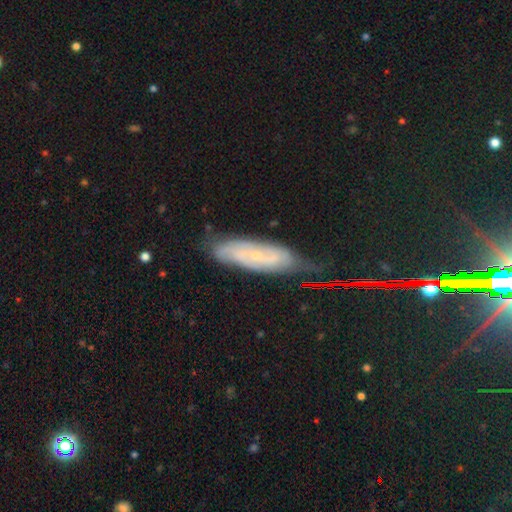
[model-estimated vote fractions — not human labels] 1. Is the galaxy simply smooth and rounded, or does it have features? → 65% featured or disk, 24% smooth, 11% star or artifact.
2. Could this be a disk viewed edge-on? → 80% no, 20% yes.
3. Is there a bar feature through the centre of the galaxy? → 67% no, 26% weak, 7% strong.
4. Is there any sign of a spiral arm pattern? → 87% yes, 13% no.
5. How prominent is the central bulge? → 81% small, 13% moderate, 5% none, 1% large, 1% dominant.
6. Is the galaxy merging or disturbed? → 69% none, 23% minor disturbance, 6% major disturbance, 2% merger.